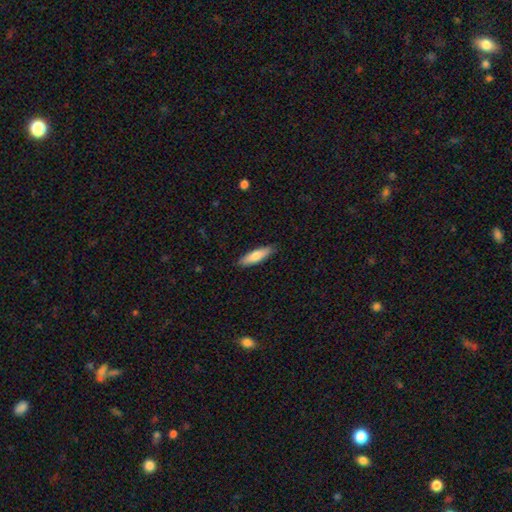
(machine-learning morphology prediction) Smooth or featured? smooth (74%)
How rounded? cigar-shaped (67%)
Merging? none (88%)